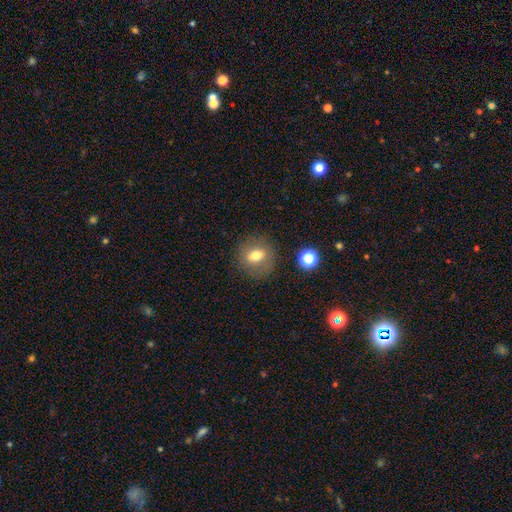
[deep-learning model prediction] A smooth galaxy with no disk features (70%) that is round (62%).

Vote fractions:
- Smooth or featured? smooth: 70% / featured or disk: 19% / star or artifact: 11%
- How rounded? round: 62% / in between: 36% / cigar-shaped: 2%
- Merging? none: 82% / minor disturbance: 11% / major disturbance: 4% / merger: 2%